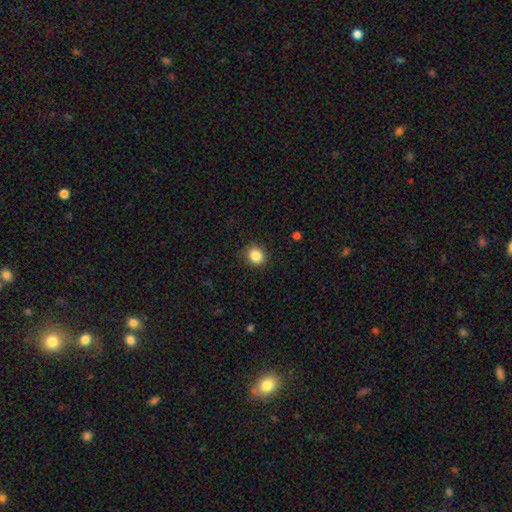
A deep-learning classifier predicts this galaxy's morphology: smooth-or-featured: smooth: 86% | star or artifact: 10% | featured or disk: 4%
  how-rounded: round: 73% | in between: 26% | cigar-shaped: 1%
  merging: none: 89% | minor disturbance: 8% | major disturbance: 2% | merger: 1%